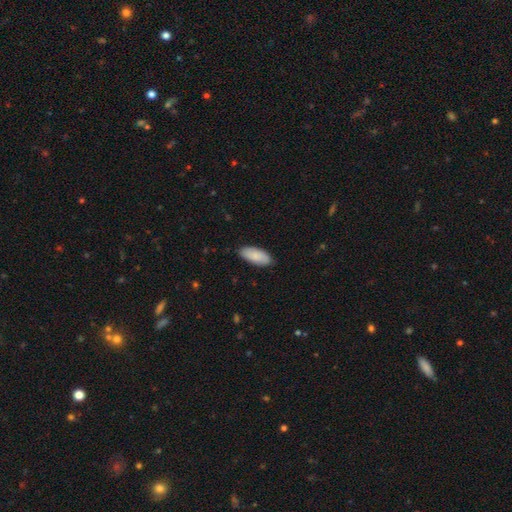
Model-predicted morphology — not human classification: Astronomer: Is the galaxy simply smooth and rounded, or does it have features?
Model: smooth — 86%.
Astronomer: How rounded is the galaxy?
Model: in between — 88%.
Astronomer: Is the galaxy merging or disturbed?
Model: none — 86%.